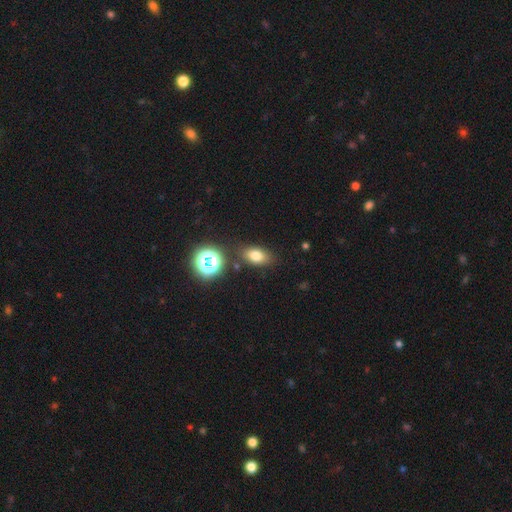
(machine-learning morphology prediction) A smooth galaxy with no disk features (74%) that is in between round and cigar-shaped (80%). Merging: none (80%).